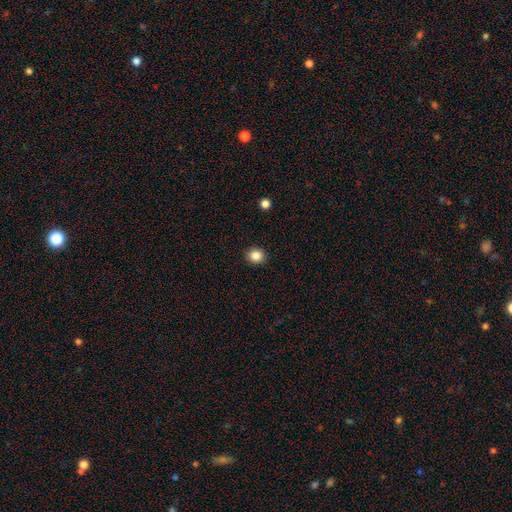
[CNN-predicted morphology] smooth 84%, star or artifact 11%, featured or disk 5%. Down the decision tree: how rounded — round (85%); merging — none (92%).